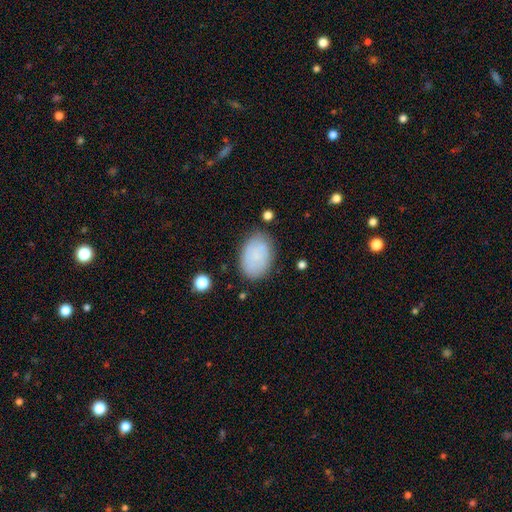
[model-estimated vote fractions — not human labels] Smooth or featured? Predicted: smooth (p=0.75). How rounded? Predicted: in between (p=0.86). Merging? Predicted: none (p=0.78).